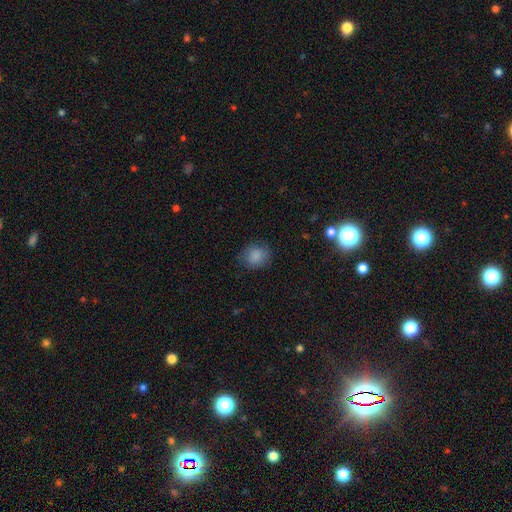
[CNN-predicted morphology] Q: Smooth or featured?
A: smooth (86%); runner-up: star or artifact (9%)
Q: How rounded?
A: round (71%); runner-up: in between (28%)
Q: Merging?
A: none (78%); runner-up: minor disturbance (16%)